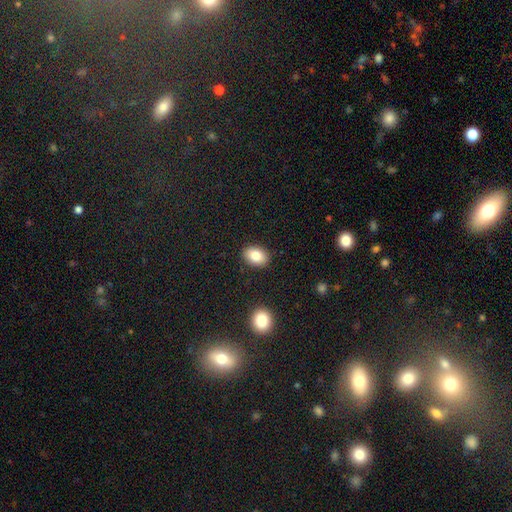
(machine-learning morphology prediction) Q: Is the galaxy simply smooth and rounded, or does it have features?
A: smooth — 83%.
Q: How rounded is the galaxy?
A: in between — 81%.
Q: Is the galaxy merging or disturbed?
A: none — 88%.